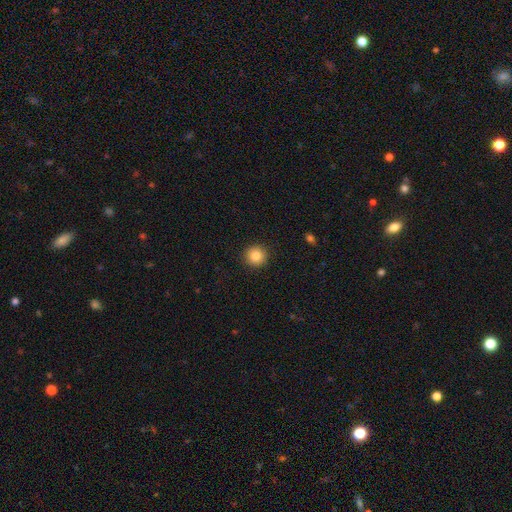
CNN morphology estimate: smooth-or-featured: smooth: 84% | star or artifact: 10% | featured or disk: 6%
  how-rounded: round: 95% | in between: 4% | cigar-shaped: 1%
  merging: none: 93% | minor disturbance: 5% | major disturbance: 2% | merger: 1%